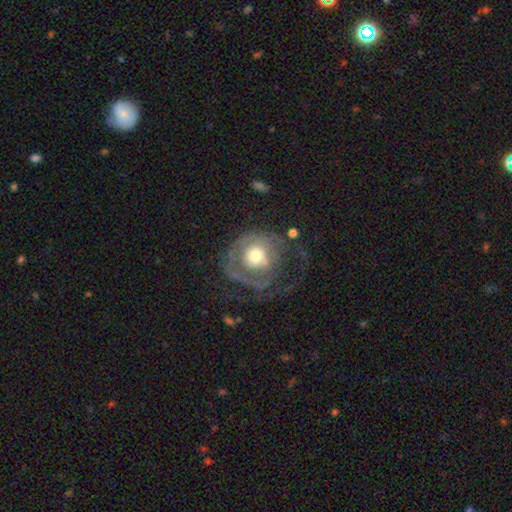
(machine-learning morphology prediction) A featured or disk galaxy (60%) with no bar (83%), spiral arms (55%) and a moderate central bulge (56%). Merging: major disturbance (41%).